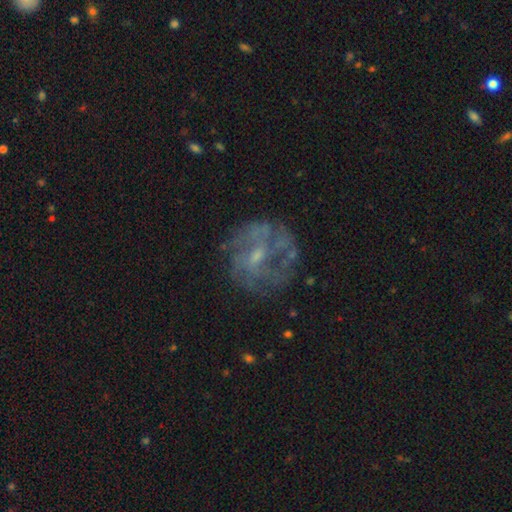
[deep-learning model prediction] A featured or disk galaxy (71%) with no bar (52%), spiral arms (63%) and a small central bulge (59%).

Vote fractions:
- Smooth or featured? featured or disk: 71% / smooth: 18% / star or artifact: 11%
- Edge-on disk? no: 98% / yes: 2%
- Bar? no: 52% / weak: 40% / strong: 8%
- Spiral arms? yes: 63% / no: 37%
- Bulge size? small: 59% / moderate: 28% / none: 11% / large: 1% / dominant: 1%
- Merging? none: 65% / minor disturbance: 17% / major disturbance: 15% / merger: 3%